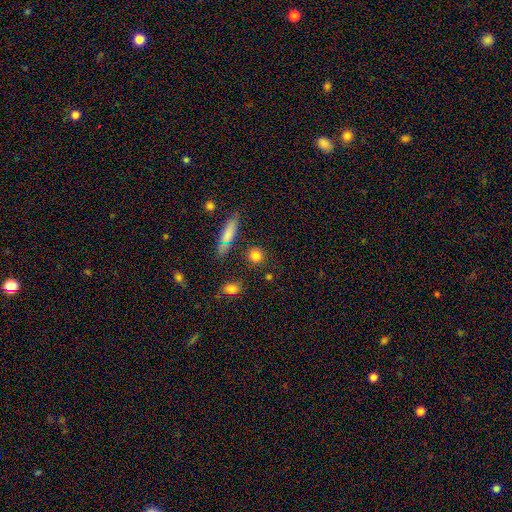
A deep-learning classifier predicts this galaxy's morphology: Q: Smooth or featured?
A: smooth (81%); runner-up: star or artifact (11%)
Q: How rounded?
A: round (83%); runner-up: in between (12%)
Q: Merging?
A: none (85%); runner-up: minor disturbance (8%)